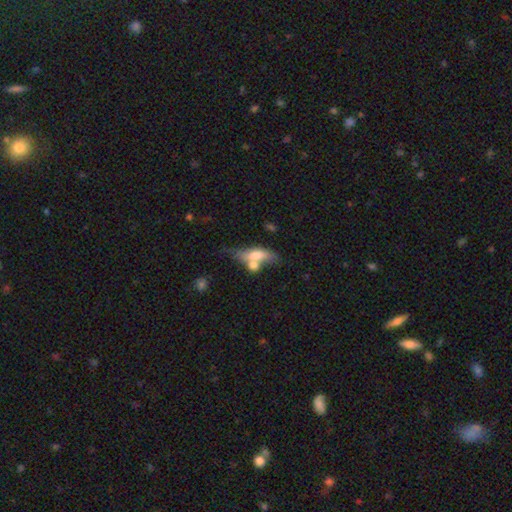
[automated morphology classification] Smooth or featured? smooth (54%)
How rounded? in between (56%)
Merging? merger (40%)